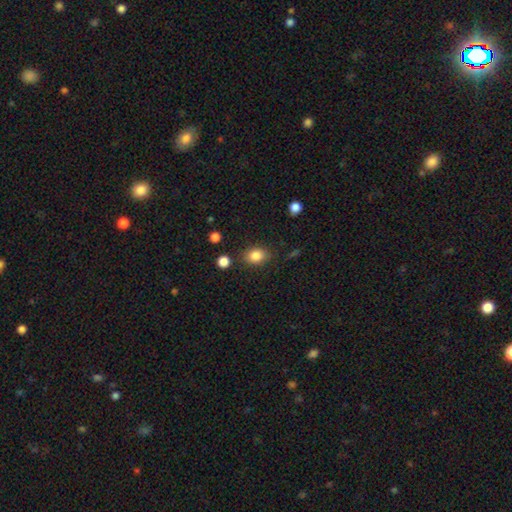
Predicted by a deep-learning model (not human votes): Smooth or featured: smooth — 85% (star or artifact — 9%)
How rounded: in between — 59% (round — 40%)
Merging: none — 81% (minor disturbance — 12%)